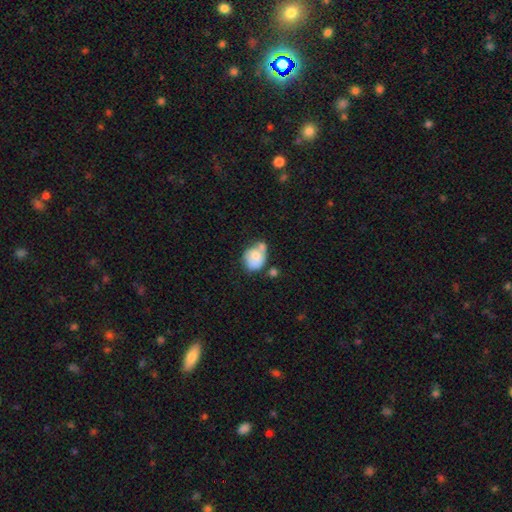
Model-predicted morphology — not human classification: Smooth or featured? Predicted: smooth (p=0.65). How rounded? Predicted: round (p=0.53). Merging? Predicted: merger (p=0.35).